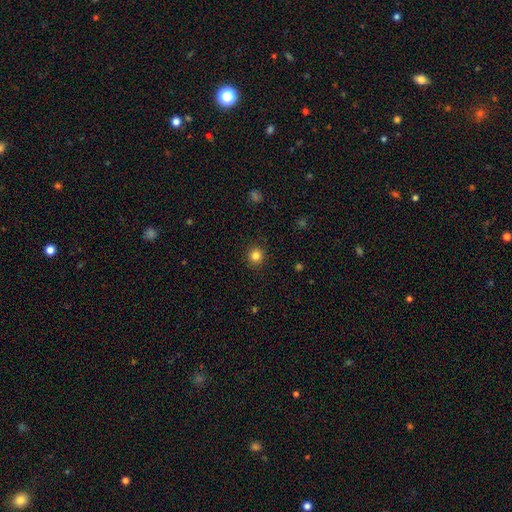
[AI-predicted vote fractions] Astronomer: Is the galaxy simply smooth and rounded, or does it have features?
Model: smooth — 84%.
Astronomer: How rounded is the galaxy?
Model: round — 92%.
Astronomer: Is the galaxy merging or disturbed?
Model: none — 91%.